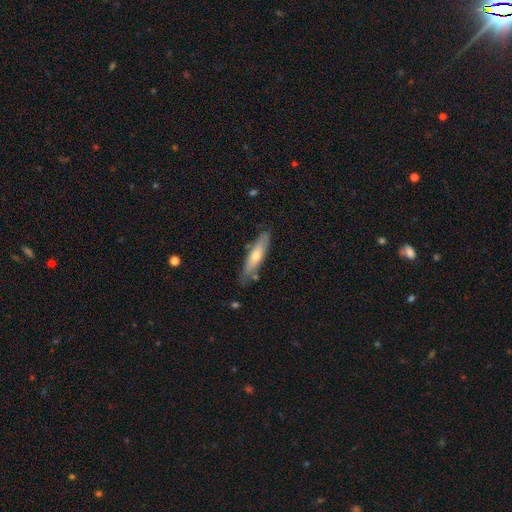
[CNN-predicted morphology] A smooth galaxy with no disk features (56%) that is cigar-shaped (77%).

Vote fractions:
- Smooth or featured? smooth: 56% / featured or disk: 38% / star or artifact: 6%
- How rounded? cigar-shaped: 77% / in between: 21% / round: 2%
- Merging? none: 78% / minor disturbance: 16% / merger: 4% / major disturbance: 3%